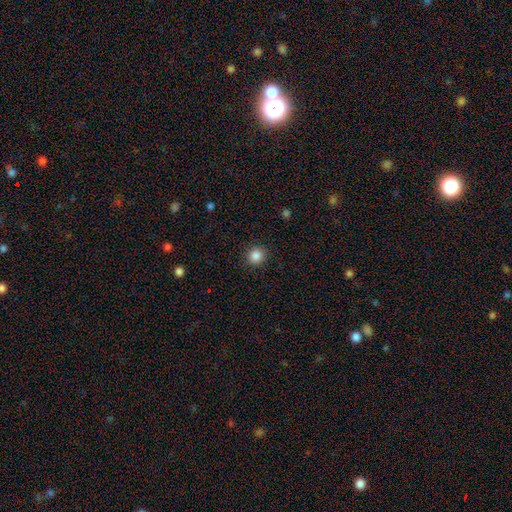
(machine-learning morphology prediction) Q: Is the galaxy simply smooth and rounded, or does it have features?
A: smooth — 86%.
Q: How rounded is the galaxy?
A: round — 93%.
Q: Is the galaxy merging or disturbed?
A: none — 91%.